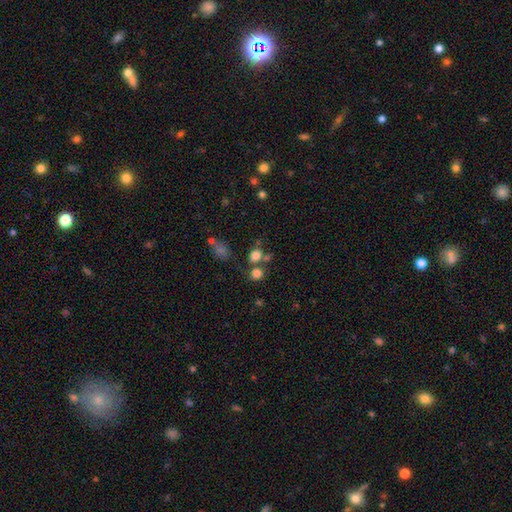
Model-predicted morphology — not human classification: Smooth or featured? smooth (77%)
How rounded? round (67%)
Merging? none (57%)